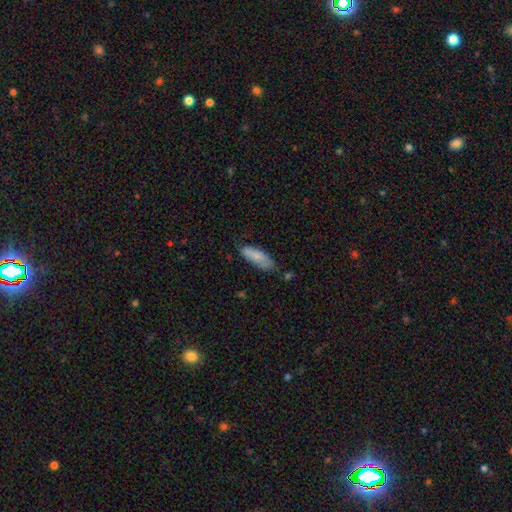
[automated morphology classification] A smooth galaxy with no disk features (79%) that is in between round and cigar-shaped (67%).

Vote fractions:
- Smooth or featured? smooth: 79% / featured or disk: 15% / star or artifact: 6%
- How rounded? in between: 67% / cigar-shaped: 31% / round: 2%
- Merging? none: 58% / minor disturbance: 31% / major disturbance: 7% / merger: 4%